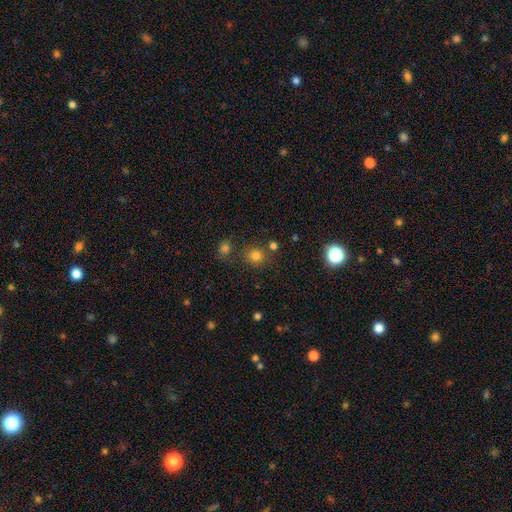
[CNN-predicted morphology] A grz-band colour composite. It shows a smooth galaxy with no disk features (78%) that is round (88%). Merging: none (77%).